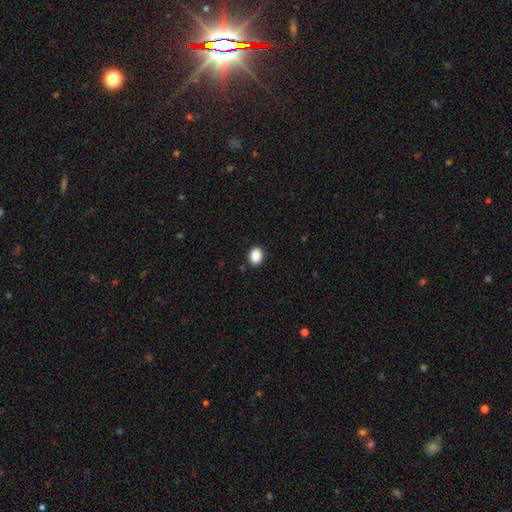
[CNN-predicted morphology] A smooth galaxy with no disk features (89%) that is in between round and cigar-shaped (52%). Merging: none (90%).